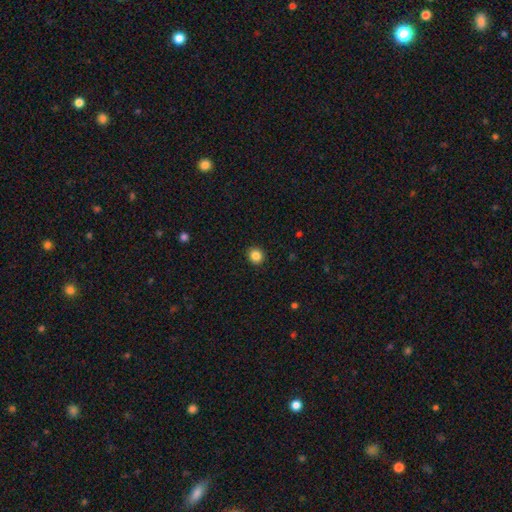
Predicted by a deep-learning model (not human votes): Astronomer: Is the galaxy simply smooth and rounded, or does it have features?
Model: smooth — 85%.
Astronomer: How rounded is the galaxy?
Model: round — 87%.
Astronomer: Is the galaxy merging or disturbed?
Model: none — 92%.